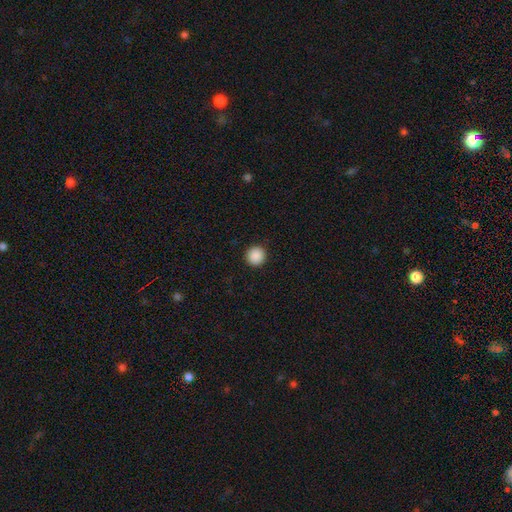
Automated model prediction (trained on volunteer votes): A smooth galaxy with no disk features (89%) that is round (96%). Merging: none (93%).